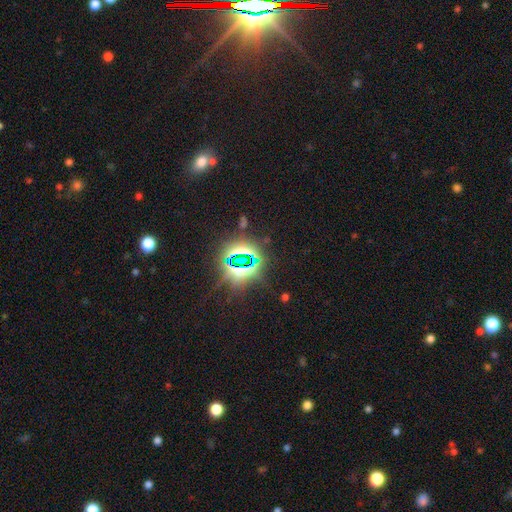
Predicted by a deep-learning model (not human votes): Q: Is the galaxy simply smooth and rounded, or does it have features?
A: star or artifact — 81%.